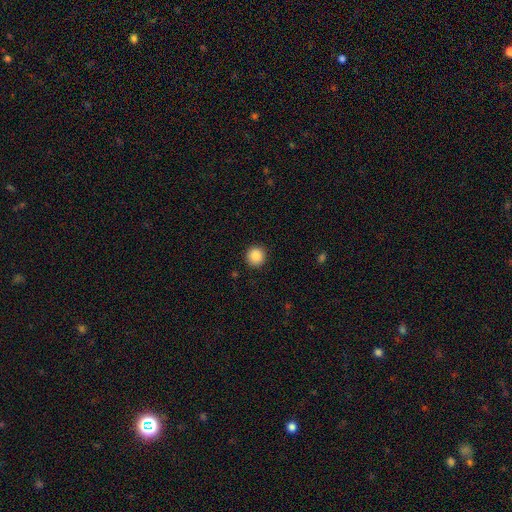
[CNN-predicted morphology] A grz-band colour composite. It shows a smooth galaxy with no disk features (88%) that is round (93%). Merging: none (92%).